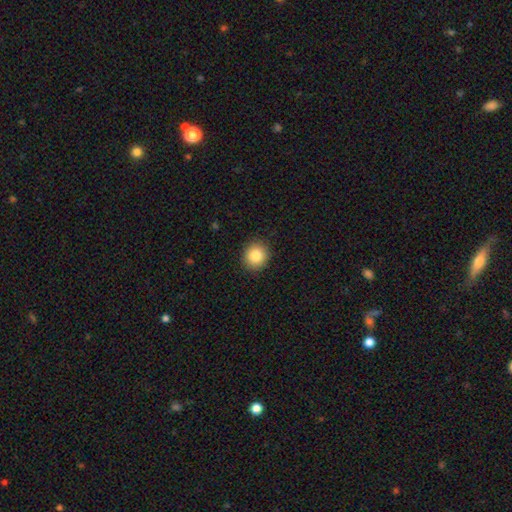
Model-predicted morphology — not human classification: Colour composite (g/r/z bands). It shows a smooth galaxy with no disk features (85%) that is round (85%). Merging: none (91%).